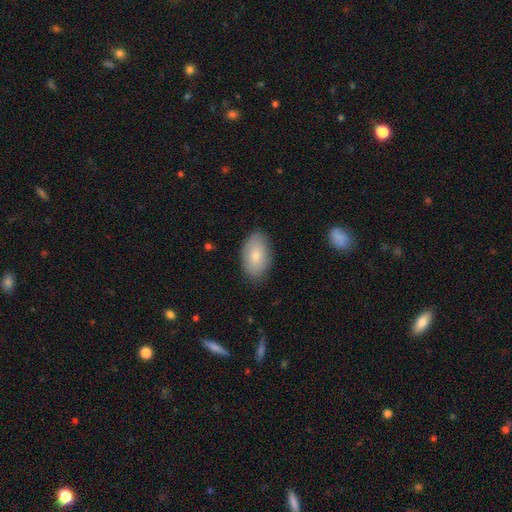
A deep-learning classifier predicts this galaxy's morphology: smooth-or-featured: smooth: 80% | featured or disk: 14% | star or artifact: 6%
  how-rounded: in between: 93% | round: 6% | cigar-shaped: 1%
  merging: none: 84% | minor disturbance: 12% | major disturbance: 3% | merger: 1%